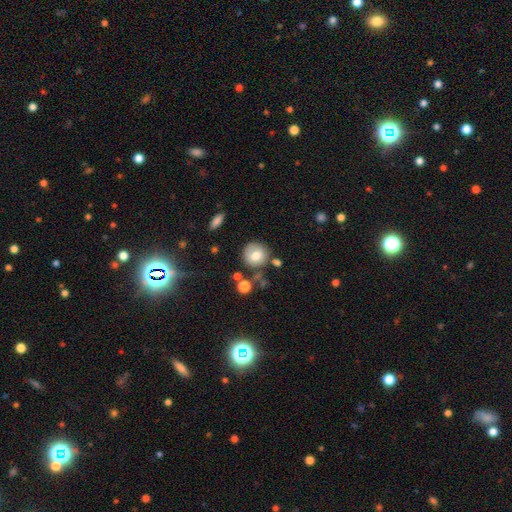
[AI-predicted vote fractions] This appears to be a smooth galaxy with no disk features (72%) that is round (89%). Merging: none (71%).